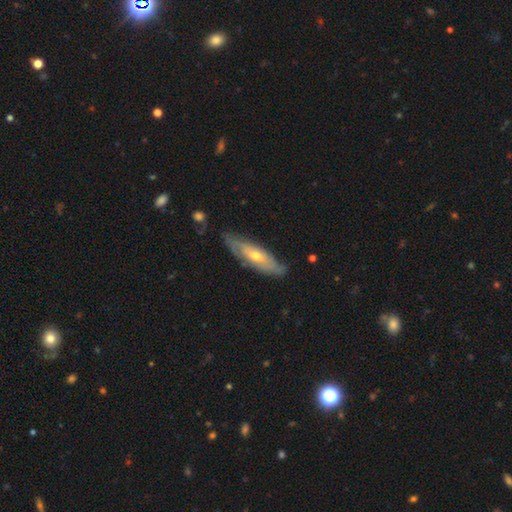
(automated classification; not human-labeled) A featured or disk galaxy (60%). Merging: none (70%).